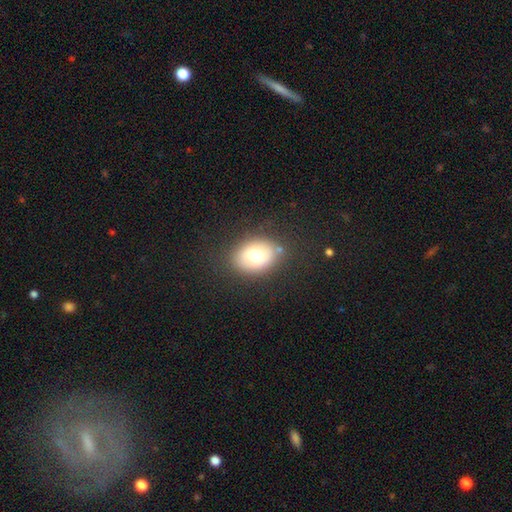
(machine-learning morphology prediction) Smooth or featured?
  - smooth: 72% *
  - featured or disk: 18%
  - star or artifact: 10%
How rounded?
  - in between: 67% *
  - round: 32%
  - cigar-shaped: 1%
Merging?
  - none: 80% *
  - minor disturbance: 13%
  - major disturbance: 5%
  - merger: 3%